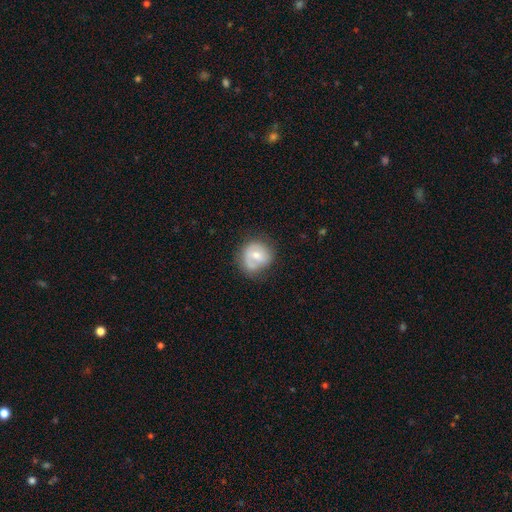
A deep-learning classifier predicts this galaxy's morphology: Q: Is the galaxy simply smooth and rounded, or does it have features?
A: smooth — 51%.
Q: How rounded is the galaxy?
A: round — 77%.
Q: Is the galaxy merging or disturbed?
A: none — 55%.